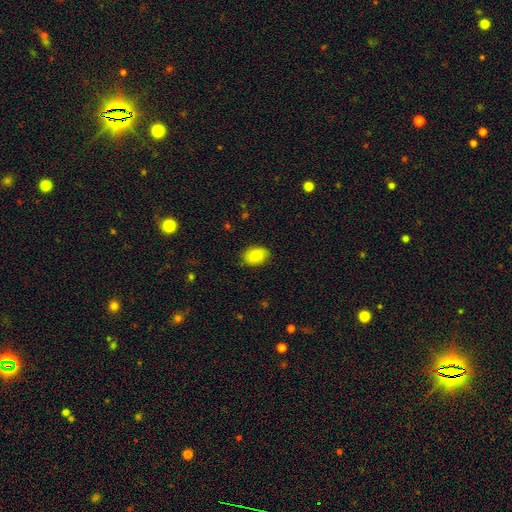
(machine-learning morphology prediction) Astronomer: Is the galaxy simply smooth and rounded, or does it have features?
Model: smooth — 84%.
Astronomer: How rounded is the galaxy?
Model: in between — 80%.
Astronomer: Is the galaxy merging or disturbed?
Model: none — 83%.